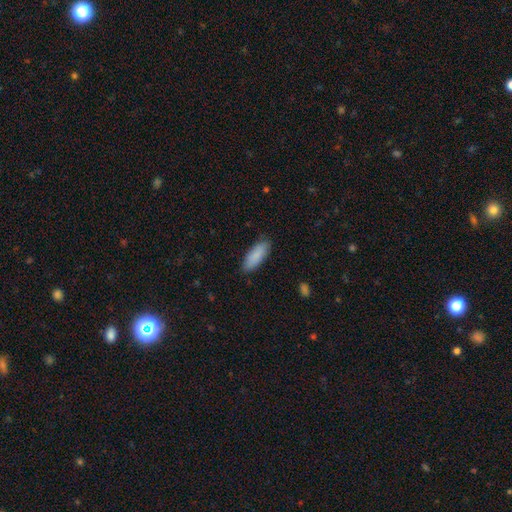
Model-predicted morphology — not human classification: smooth_or_featured: smooth (p=0.88) [alt: featured or disk p=0.06]
how_rounded: in between (p=0.69) [alt: cigar-shaped p=0.29]
merging: none (p=0.85) [alt: minor disturbance p=0.11]